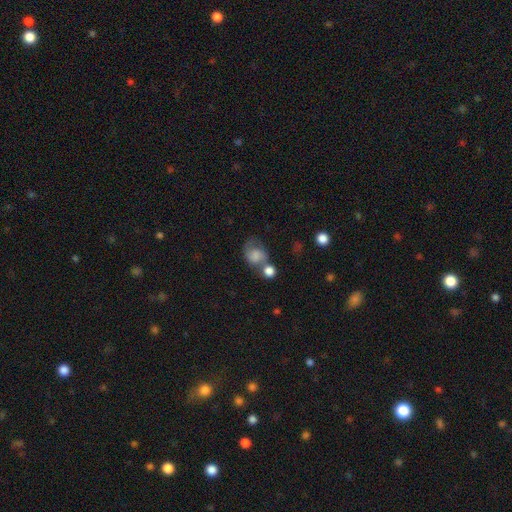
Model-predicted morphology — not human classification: type=smooth (68%); roundness=round (54%); merging=none (34%).